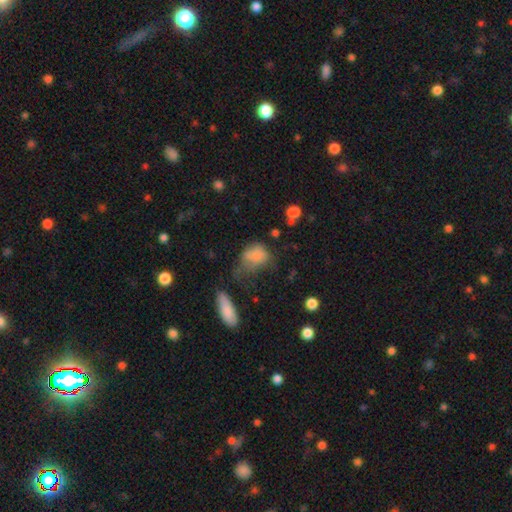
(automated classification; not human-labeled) Morphology: type=smooth (74%); roundness=in between (72%); merging=major disturbance (38%).